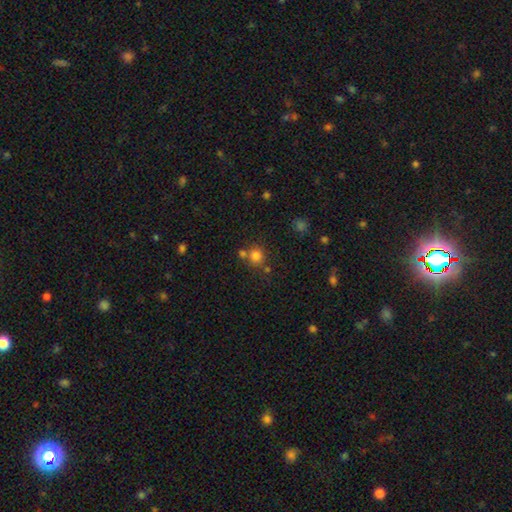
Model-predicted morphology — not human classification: Smooth or featured: smooth — 79% (star or artifact — 14%)
How rounded: round — 89% (in between — 10%)
Merging: none — 66% (merger — 22%)